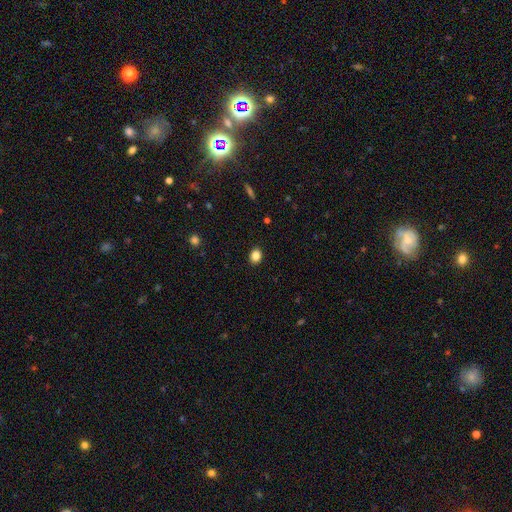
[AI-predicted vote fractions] Q: Smooth or featured?
A: smooth (85%); runner-up: star or artifact (10%)
Q: How rounded?
A: round (51%); runner-up: in between (47%)
Q: Merging?
A: none (90%); runner-up: minor disturbance (7%)